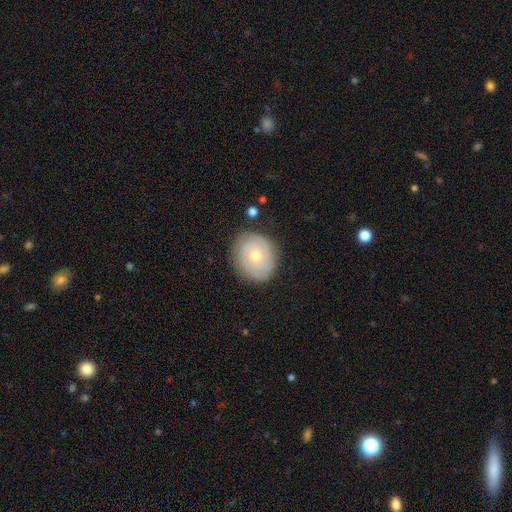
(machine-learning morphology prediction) This is possibly a featured or disk galaxy (59%). It is clearly not viewed edge-on (97%). Bar: likely no (79%). Spiral arm pattern: clearly yes (80%). Central bulge: likely moderate (61%). Merging: clearly none (81%).